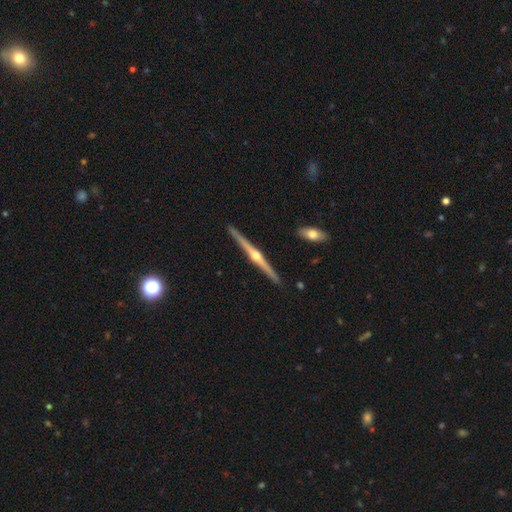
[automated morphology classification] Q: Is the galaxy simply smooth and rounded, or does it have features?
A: featured or disk — 86%.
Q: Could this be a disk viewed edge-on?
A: yes — 99%.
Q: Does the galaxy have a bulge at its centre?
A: rounded — 93%.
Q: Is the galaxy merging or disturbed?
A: none — 92%.